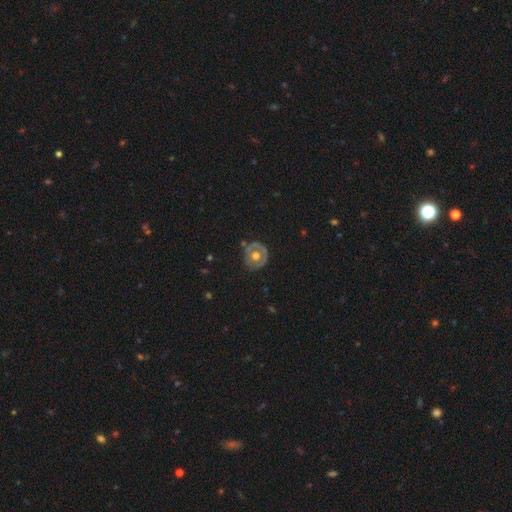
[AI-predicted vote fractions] The model was most divided on "smooth or featured": featured or disk: 51%, smooth: 43%, star or artifact: 6%. More confident: edge-on disk — no (95%); merging — none (74%).